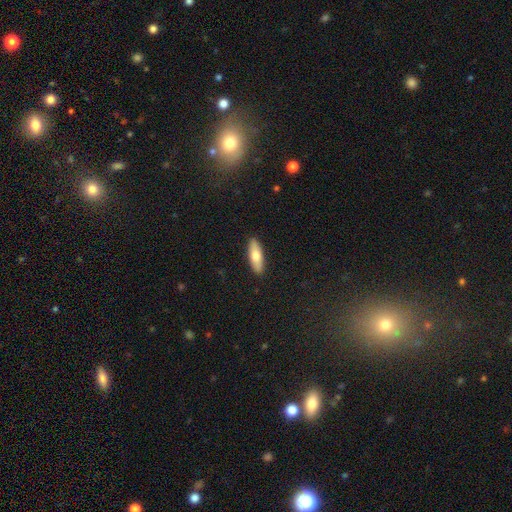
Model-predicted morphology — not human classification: Q: Smooth or featured?
A: smooth (71%); runner-up: featured or disk (23%)
Q: How rounded?
A: in between (55%); runner-up: cigar-shaped (42%)
Q: Merging?
A: none (90%); runner-up: minor disturbance (7%)